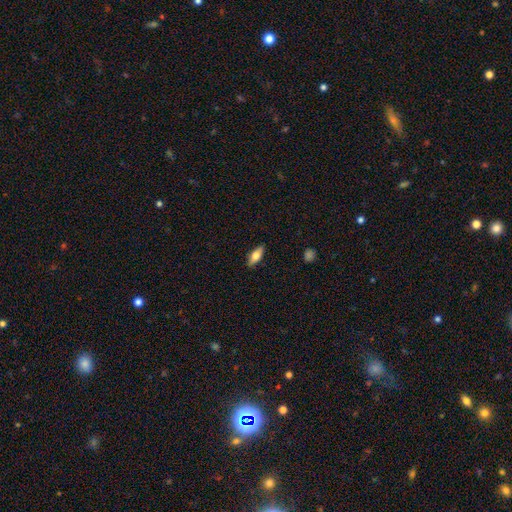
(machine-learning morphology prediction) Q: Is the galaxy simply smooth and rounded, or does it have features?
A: smooth — 64%.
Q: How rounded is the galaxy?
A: in between — 69%.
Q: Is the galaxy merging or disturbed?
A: none — 88%.